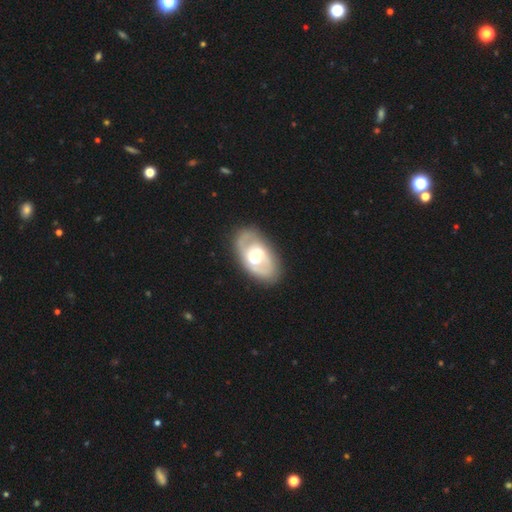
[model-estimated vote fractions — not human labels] Morphology: type=featured or disk (66%); edge-on=no (93%); bar=no (57%); spiral arms=yes (54%); bulge=moderate (67%); merging=none (80%).